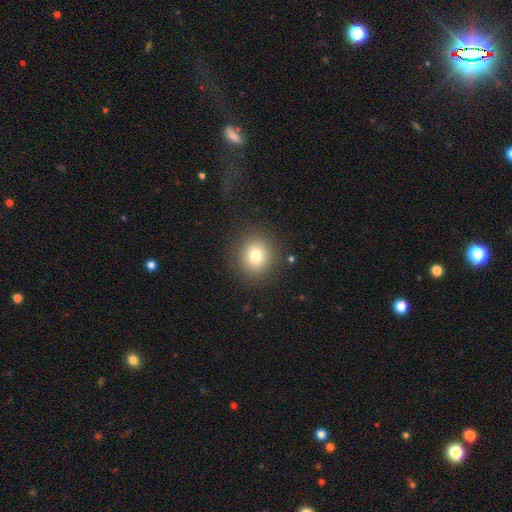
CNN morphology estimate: This appears to be a smooth galaxy with no disk features (78%) that is round (85%). Merging: none (87%).